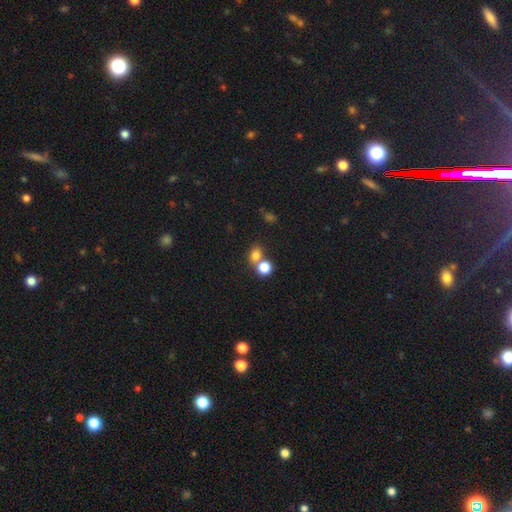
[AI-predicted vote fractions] smooth_or_featured: smooth (p=0.77) [alt: star or artifact p=0.15]
how_rounded: round (p=0.70) [alt: in between p=0.29]
merging: none (p=0.48) [alt: merger p=0.41]